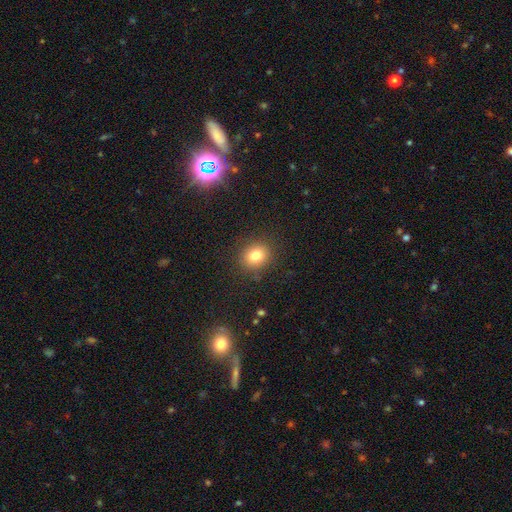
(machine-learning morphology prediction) smooth 80%, star or artifact 12%, featured or disk 8%. Down the decision tree: how rounded — round (76%); merging — none (87%).